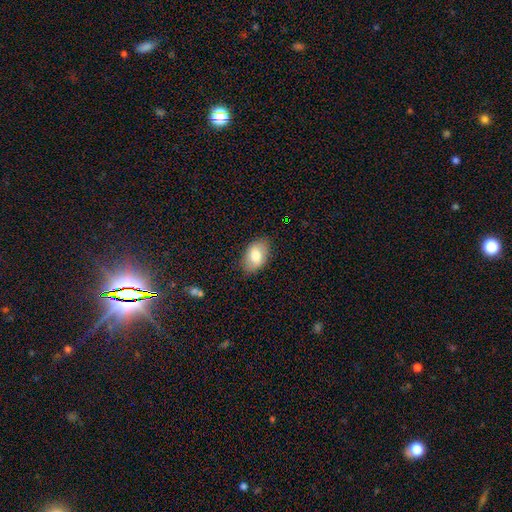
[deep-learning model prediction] This is likely a smooth galaxy (75%). How rounded: clearly in between (91%). Merging: clearly none (84%).